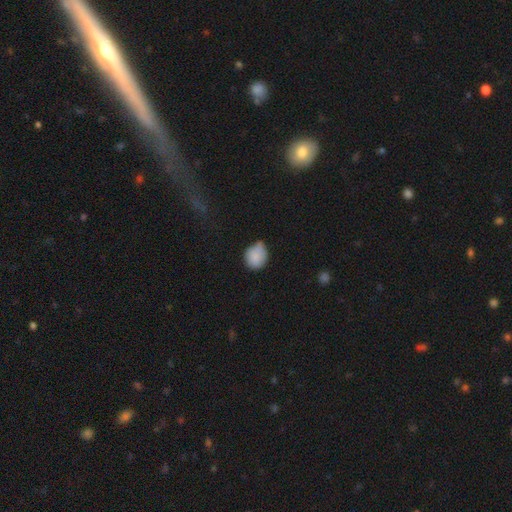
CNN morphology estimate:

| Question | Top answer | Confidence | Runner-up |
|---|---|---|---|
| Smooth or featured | smooth | 84% | star or artifact (8%) |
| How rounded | round | 70% | in between (29%) |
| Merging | minor disturbance | 44% | none (43%) |